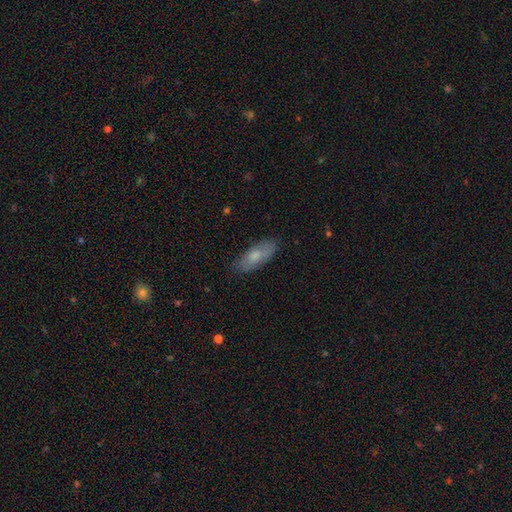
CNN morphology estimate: type=smooth (72%); roundness=in between (70%); merging=none (81%).